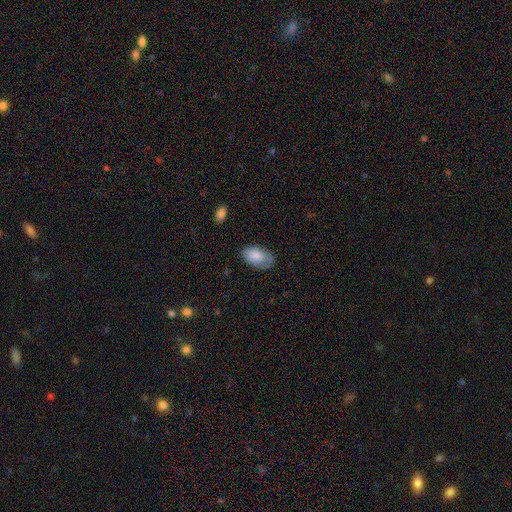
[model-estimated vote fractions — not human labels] smooth_or_featured: smooth (p=0.83) [alt: featured or disk p=0.10]
how_rounded: in between (p=0.94) [alt: round p=0.05]
merging: none (p=0.67) [alt: minor disturbance p=0.25]